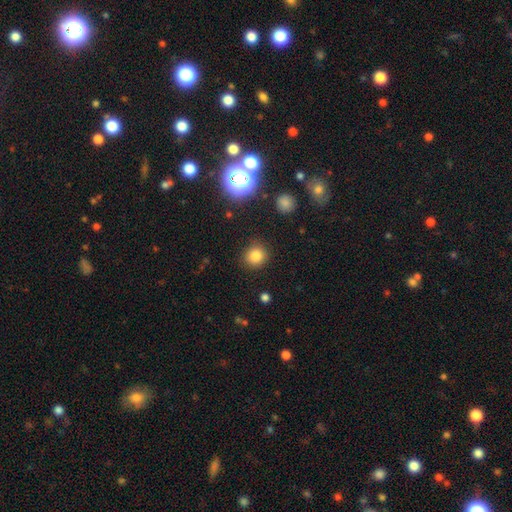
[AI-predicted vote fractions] Morphology: type=smooth (82%); roundness=round (87%); merging=none (88%).